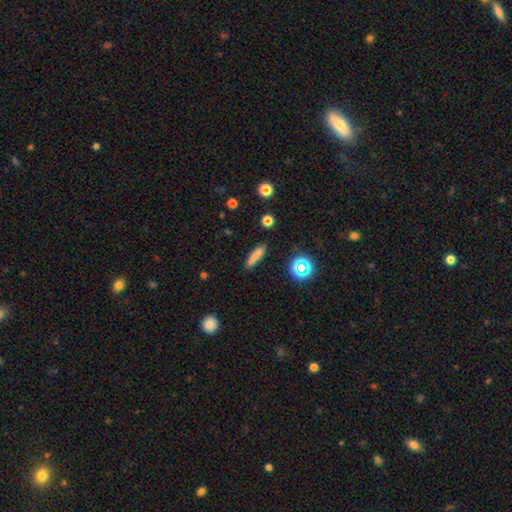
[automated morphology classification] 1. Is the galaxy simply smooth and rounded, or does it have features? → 77% smooth, 12% star or artifact, 11% featured or disk.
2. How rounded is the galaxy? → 83% cigar-shaped, 14% in between, 3% round.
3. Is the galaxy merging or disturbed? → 87% none, 9% minor disturbance, 2% major disturbance, 2% merger.